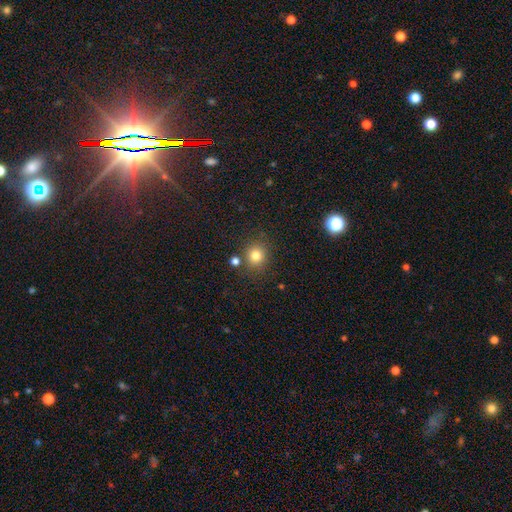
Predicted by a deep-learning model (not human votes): Smooth or featured? Predicted: smooth (p=0.80). How rounded? Predicted: round (p=0.86). Merging? Predicted: none (p=0.79).